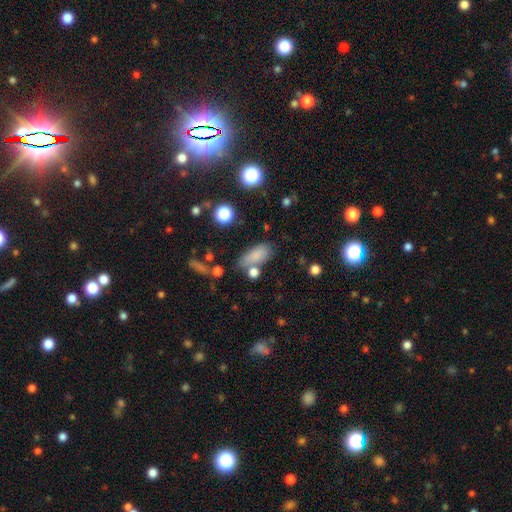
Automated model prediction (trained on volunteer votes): smooth_or_featured: smooth (p=0.80) [alt: star or artifact p=0.11]
how_rounded: in between (p=0.80) [alt: cigar-shaped p=0.14]
merging: none (p=0.60) [alt: minor disturbance p=0.18]